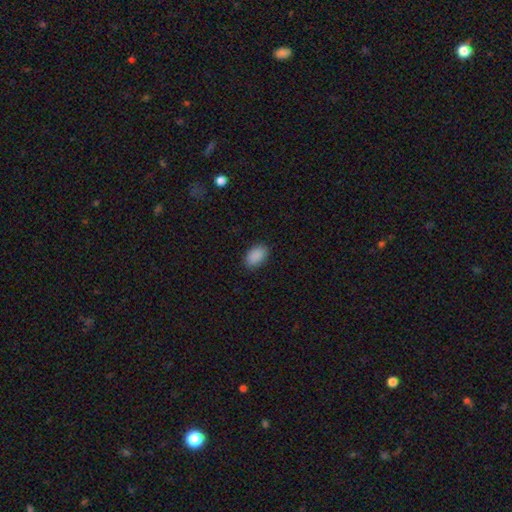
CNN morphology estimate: Smooth or featured? Predicted: smooth (p=0.90). How rounded? Predicted: in between (p=0.91). Merging? Predicted: none (p=0.88).